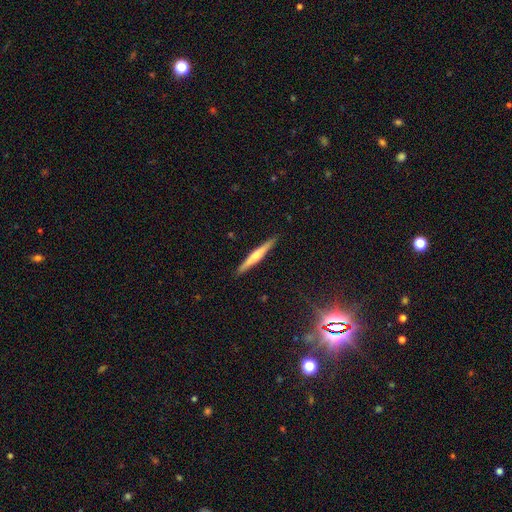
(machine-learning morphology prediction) Smooth or featured?
  - featured or disk: 57% *
  - smooth: 37%
  - star or artifact: 6%
Edge-on disk?
  - yes: 97% *
  - no: 3%
Edge-on bulge?
  - rounded: 77% *
  - none: 18%
  - boxy: 5%
Merging?
  - none: 91% *
  - minor disturbance: 6%
  - major disturbance: 1%
  - merger: 1%